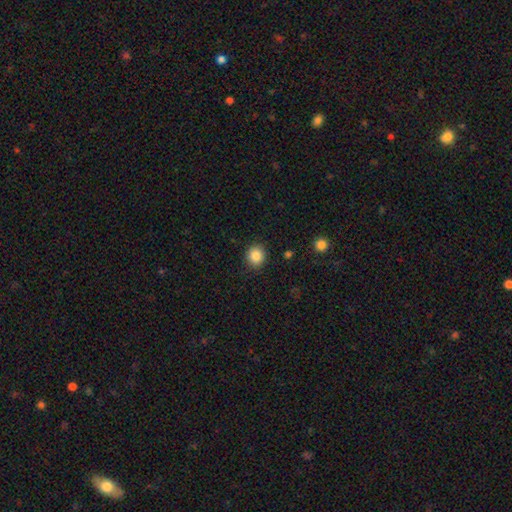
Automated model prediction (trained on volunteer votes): Smooth or featured? Predicted: smooth (p=0.86). How rounded? Predicted: round (p=0.85). Merging? Predicted: none (p=0.89).